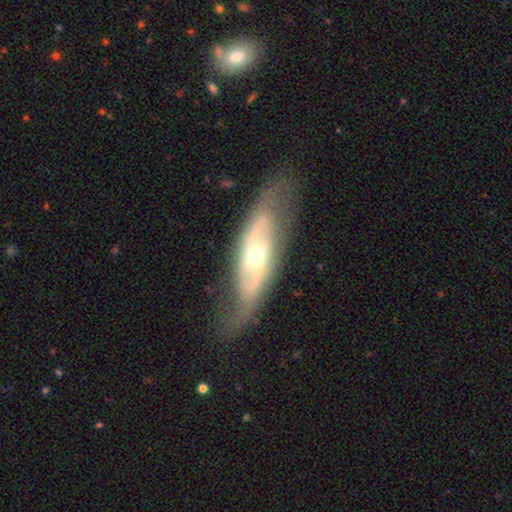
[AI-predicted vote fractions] Smooth or featured?
  - featured or disk: 75% *
  - smooth: 19%
  - star or artifact: 6%
Edge-on disk?
  - no: 81% *
  - yes: 19%
Bar?
  - no: 64% *
  - weak: 24%
  - strong: 12%
Spiral arms?
  - yes: 77% *
  - no: 23%
Bulge size?
  - moderate: 51% *
  - small: 43%
  - large: 3%
  - dominant: 1%
  - none: 1%
Merging?
  - none: 72% *
  - minor disturbance: 18%
  - major disturbance: 9%
  - merger: 1%